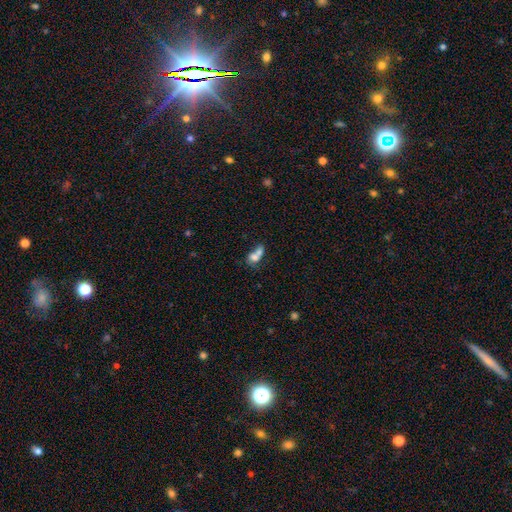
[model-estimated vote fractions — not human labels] This is likely a smooth galaxy (70%). How rounded: likely in between (62%). Merging: likely merger (72%).